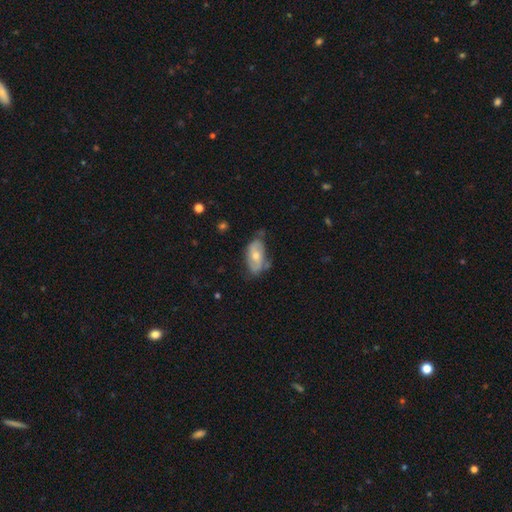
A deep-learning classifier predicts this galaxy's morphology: type=featured or disk (50%); merging=none (53%).